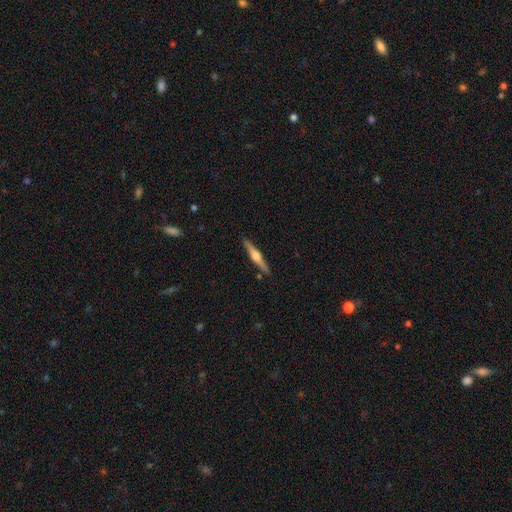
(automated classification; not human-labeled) smooth-or-featured: featured or disk: 73% | smooth: 22% | star or artifact: 5%
  disk-edge-on: yes: 98% | no: 2%
    edge-on-bulge: rounded: 92% | boxy: 6% | none: 3%
  merging: none: 90% | minor disturbance: 7% | merger: 1% | major disturbance: 1%